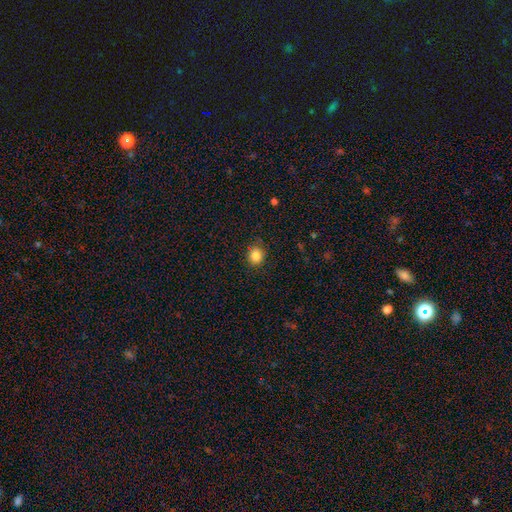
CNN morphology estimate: Smooth or featured? Predicted: smooth (p=0.84). How rounded? Predicted: round (p=0.80). Merging? Predicted: none (p=0.83).